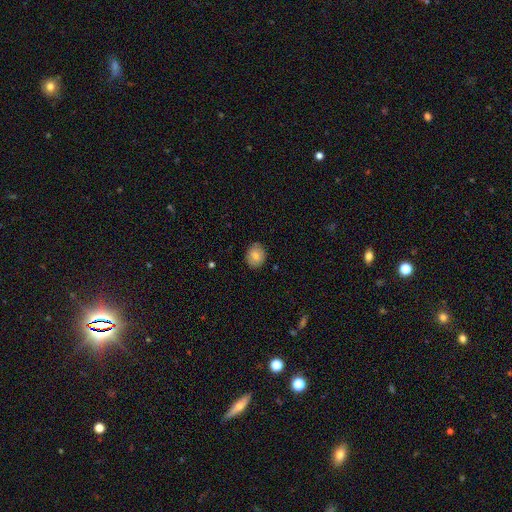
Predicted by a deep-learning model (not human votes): Q: Smooth or featured?
A: smooth (76%); runner-up: featured or disk (15%)
Q: How rounded?
A: round (66%); runner-up: in between (33%)
Q: Merging?
A: none (85%); runner-up: minor disturbance (12%)